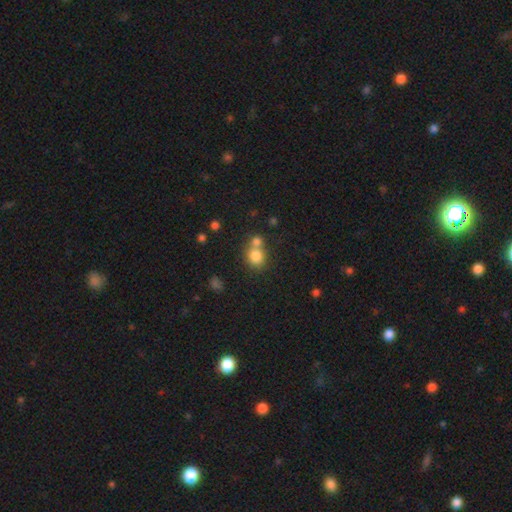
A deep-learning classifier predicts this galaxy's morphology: A smooth galaxy with no disk features (80%) that is round (76%). Merging: none (46%).